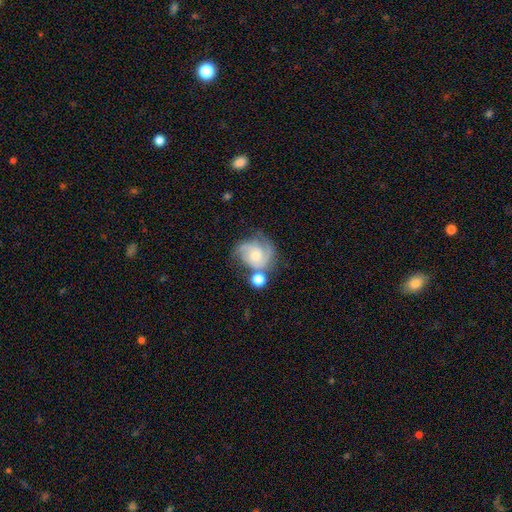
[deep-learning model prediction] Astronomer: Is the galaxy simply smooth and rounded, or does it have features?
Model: featured or disk — 72%.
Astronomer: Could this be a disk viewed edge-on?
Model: no — 98%.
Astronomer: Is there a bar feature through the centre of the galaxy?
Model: no — 72%.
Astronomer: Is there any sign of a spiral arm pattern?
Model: yes — 93%.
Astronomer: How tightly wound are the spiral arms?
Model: medium — 43%, tied with tight at 43%.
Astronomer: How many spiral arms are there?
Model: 2 — 52%.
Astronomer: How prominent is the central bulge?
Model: small — 50% (runner-up: moderate, 38%).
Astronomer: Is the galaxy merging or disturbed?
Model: none — 46%.